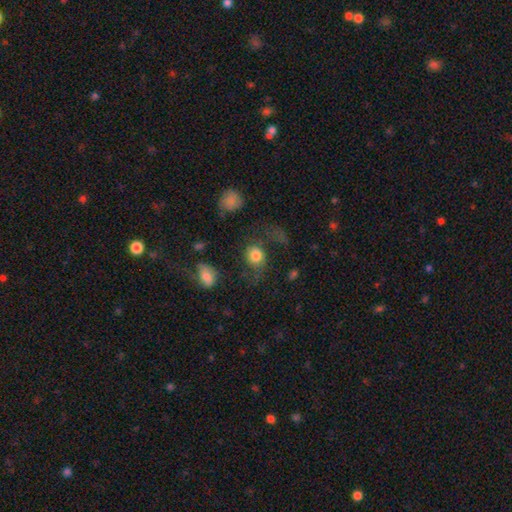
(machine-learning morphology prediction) The model was most divided on "merging": none: 52%, major disturbance: 22%, minor disturbance: 20%, merger: 6%. More confident: smooth or featured — smooth (78%); how rounded — round (68%).